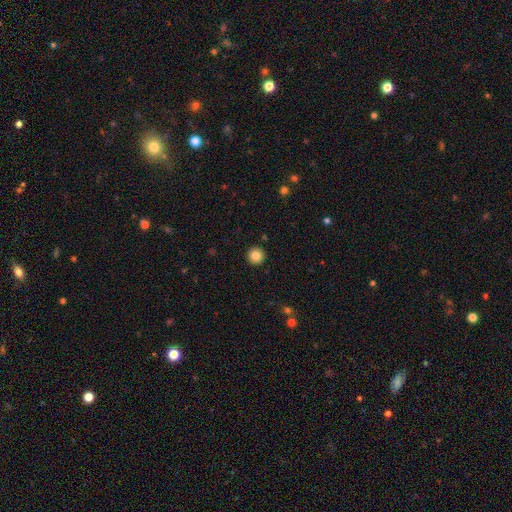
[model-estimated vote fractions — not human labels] A smooth galaxy with no disk features (85%) that is round (96%).

Vote fractions:
- Smooth or featured? smooth: 85% / star or artifact: 10% / featured or disk: 5%
- How rounded? round: 96% / in between: 3% / cigar-shaped: 1%
- Merging? none: 93% / minor disturbance: 4% / major disturbance: 2% / merger: 1%